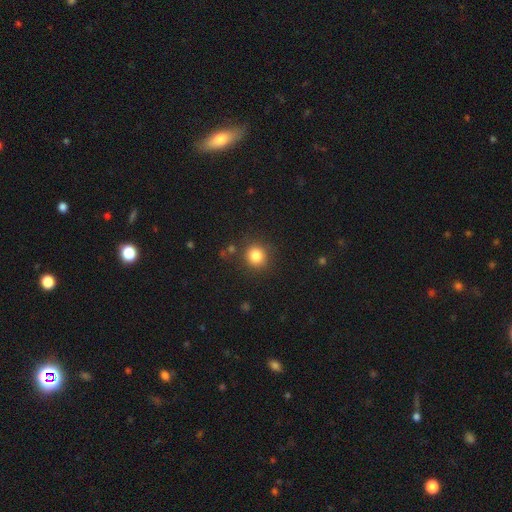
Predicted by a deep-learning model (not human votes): This appears to be a smooth galaxy with no disk features (83%) that is round (87%). Merging: none (85%).